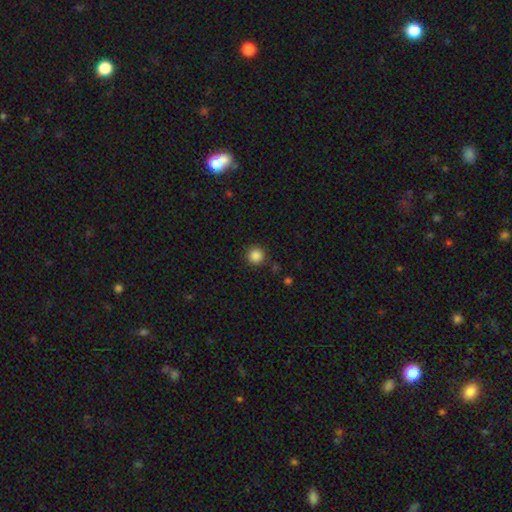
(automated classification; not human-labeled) Smooth or featured: smooth — 86% (star or artifact — 11%)
How rounded: round — 95% (in between — 4%)
Merging: none — 87% (minor disturbance — 8%)